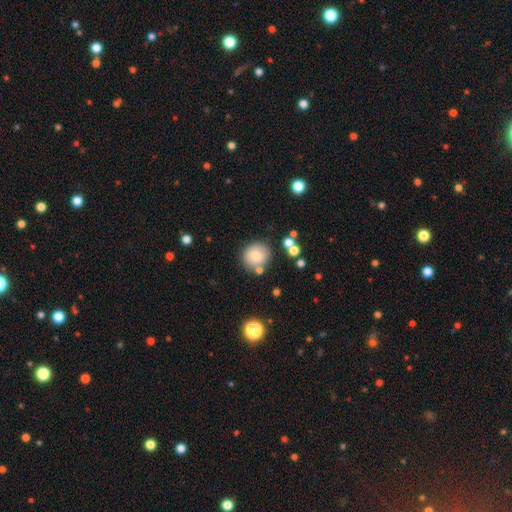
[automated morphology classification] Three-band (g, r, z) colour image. It shows a smooth galaxy with no disk features (80%) that is round (90%). Merging: none (77%).